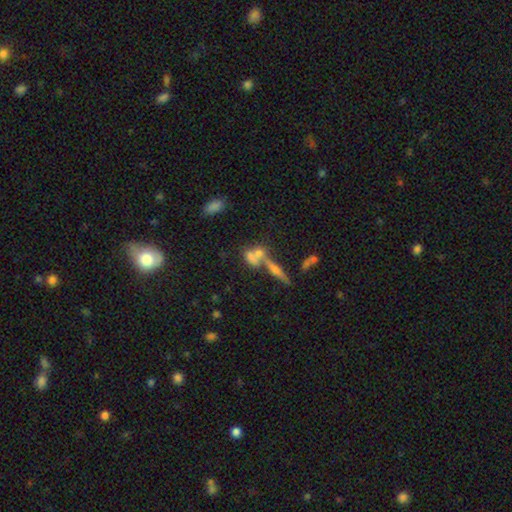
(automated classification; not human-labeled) A smooth galaxy with no disk features (52%) that is in between round and cigar-shaped (53%). Merging: merger (48%).